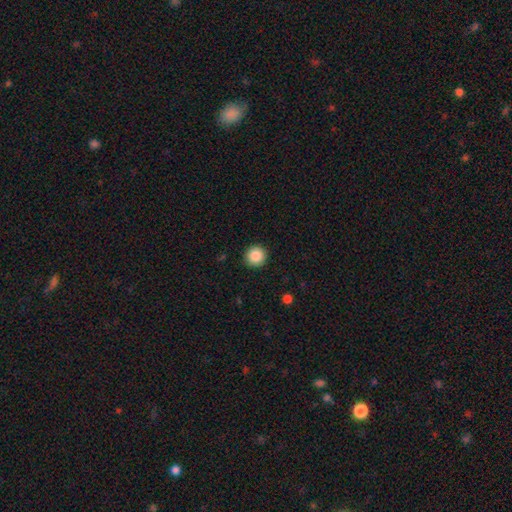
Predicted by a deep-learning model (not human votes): smooth_or_featured: smooth (p=0.87) [alt: star or artifact p=0.09]
how_rounded: round (p=0.95) [alt: in between p=0.05]
merging: none (p=0.92) [alt: minor disturbance p=0.05]